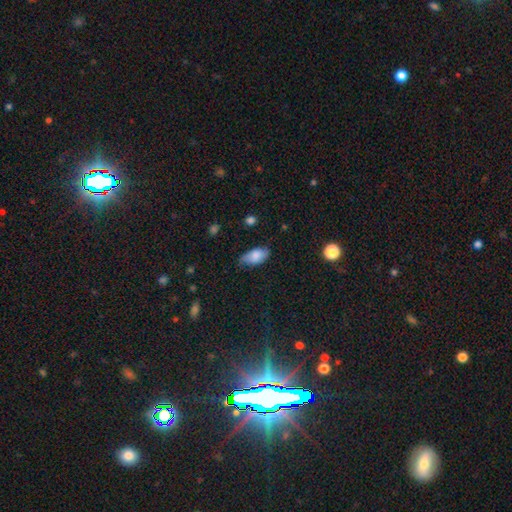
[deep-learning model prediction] This appears to be a smooth galaxy with no disk features (81%) that is in between round and cigar-shaped (93%). Merging: none (67%).